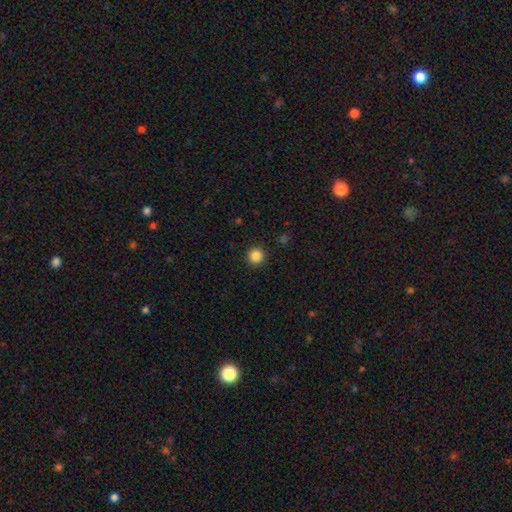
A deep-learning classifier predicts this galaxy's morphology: smooth 86%, star or artifact 11%, featured or disk 3%. Down the decision tree: how rounded — round (95%); merging — none (93%).